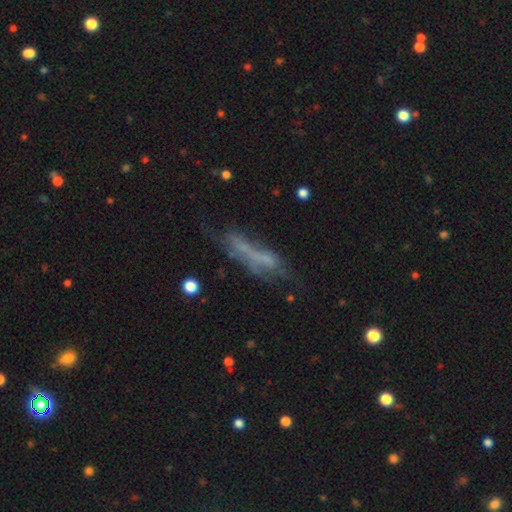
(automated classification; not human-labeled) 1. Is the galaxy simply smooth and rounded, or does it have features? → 42% smooth, 40% featured or disk, 17% star or artifact.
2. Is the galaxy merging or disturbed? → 40% none, 26% major disturbance, 24% minor disturbance, 10% merger.